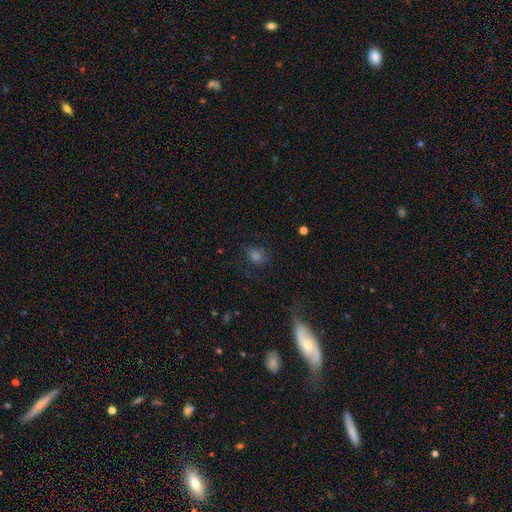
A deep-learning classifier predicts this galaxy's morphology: smooth_or_featured: smooth (p=0.53) [alt: star or artifact p=0.24]
how_rounded: in between (p=0.53) [alt: round p=0.45]
merging: none (p=0.64) [alt: minor disturbance p=0.18]